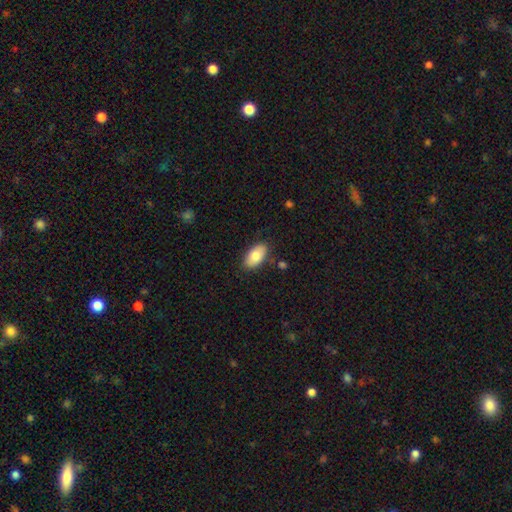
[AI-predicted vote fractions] smooth_or_featured: smooth (p=0.80) [alt: featured or disk p=0.13]
how_rounded: in between (p=0.93) [alt: round p=0.04]
merging: none (p=0.84) [alt: minor disturbance p=0.11]